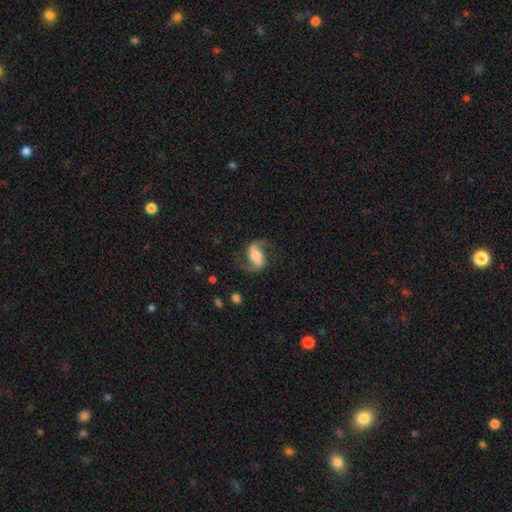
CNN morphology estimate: This appears to be a featured or disk galaxy (80%) with a strong bar (38%), 2 (92%) loose (52%) spiral arms (95%) and a moderate central bulge (50%). Merging: none (74%).